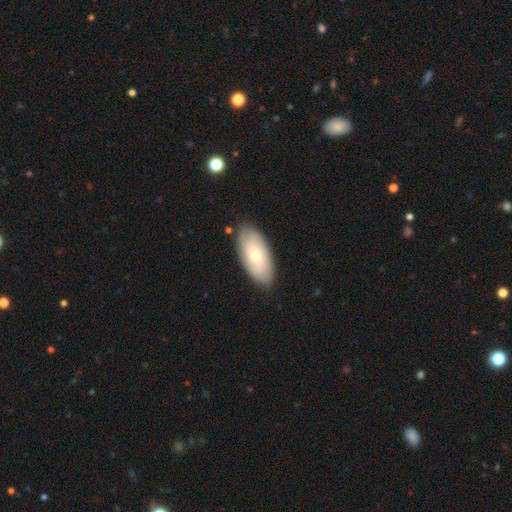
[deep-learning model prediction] This is likely a smooth galaxy (65%). How rounded: clearly in between (92%). Merging: clearly none (84%).